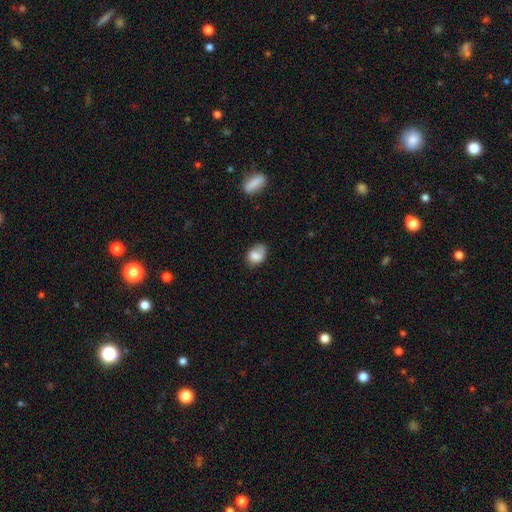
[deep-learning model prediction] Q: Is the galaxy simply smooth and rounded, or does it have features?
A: smooth — 78%.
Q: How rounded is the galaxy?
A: in between — 71%.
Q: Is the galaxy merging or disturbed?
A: none — 48%.